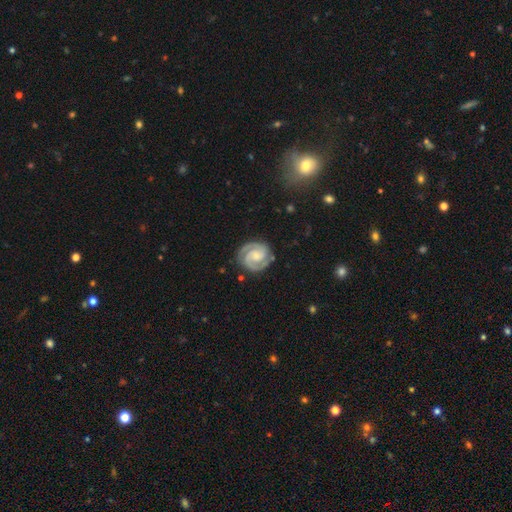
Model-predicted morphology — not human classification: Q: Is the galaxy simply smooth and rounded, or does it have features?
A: featured or disk — 91%.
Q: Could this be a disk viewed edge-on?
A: no — 98%.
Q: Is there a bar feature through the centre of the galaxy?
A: no — 59%.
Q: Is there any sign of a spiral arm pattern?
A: yes — 99%.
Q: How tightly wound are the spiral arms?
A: tight — 69%.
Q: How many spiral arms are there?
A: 2 — 90%.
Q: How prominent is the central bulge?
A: small — 59%.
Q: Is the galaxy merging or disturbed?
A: none — 83%.